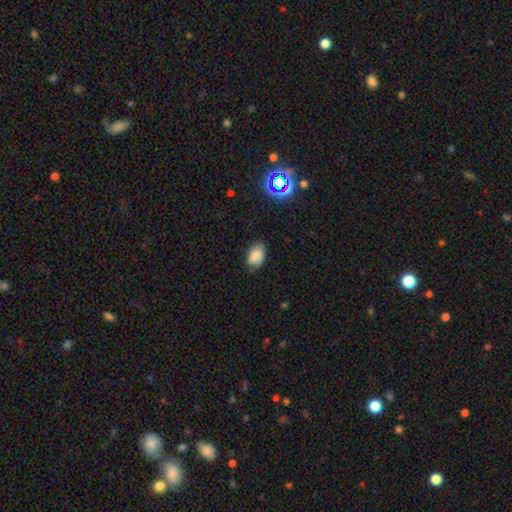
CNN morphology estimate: A smooth galaxy with no disk features (81%) that is in between round and cigar-shaped (90%).

Vote fractions:
- Smooth or featured? smooth: 81% / star or artifact: 10% / featured or disk: 9%
- How rounded? in between: 90% / round: 8% / cigar-shaped: 1%
- Merging? none: 72% / minor disturbance: 22% / major disturbance: 4% / merger: 1%